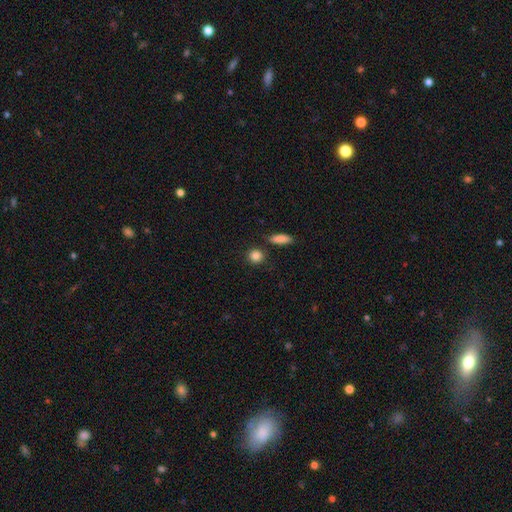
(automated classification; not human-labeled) Smooth or featured? smooth (86%)
How rounded? round (85%)
Merging? none (83%)